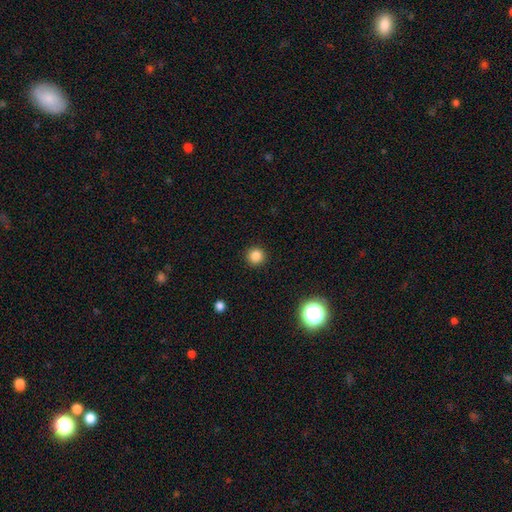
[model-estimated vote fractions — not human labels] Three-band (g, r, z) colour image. It shows a smooth galaxy with no disk features (85%) that is round (95%). Merging: none (92%).